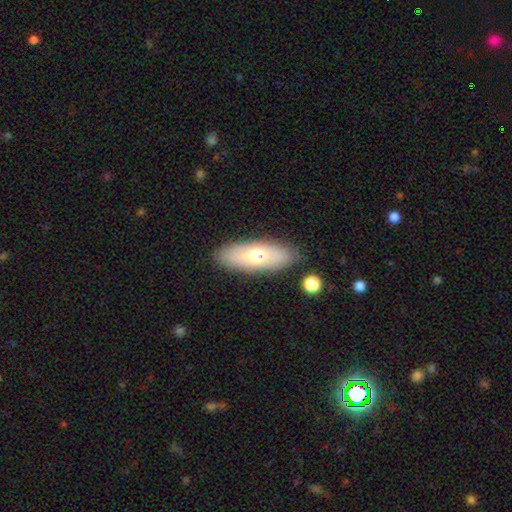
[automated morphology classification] type=smooth (64%); roundness=in between (68%); merging=none (86%).